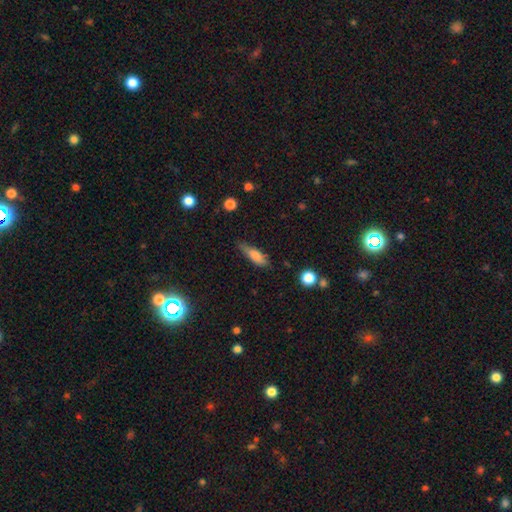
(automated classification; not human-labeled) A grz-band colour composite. It shows a smooth galaxy with no disk features (73%) that is cigar-shaped (49%). Merging: none (64%).